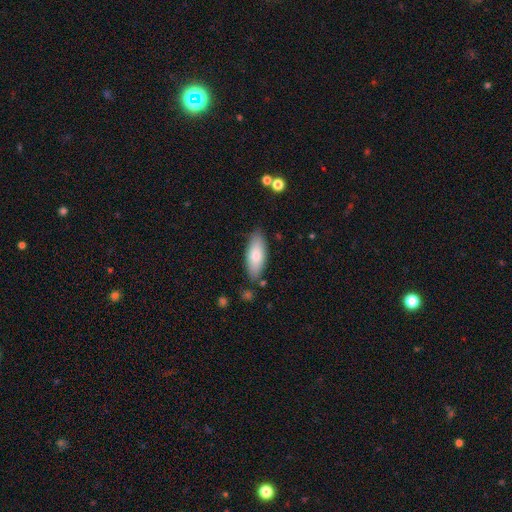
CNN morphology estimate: This is likely a smooth galaxy (79%). How rounded: likely in between (75%). Merging: clearly none (82%).